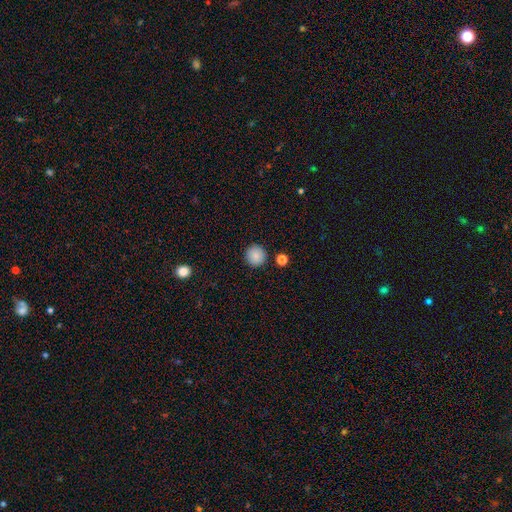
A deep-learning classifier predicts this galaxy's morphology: smooth 87%, star or artifact 9%, featured or disk 4%. Down the decision tree: how rounded — round (95%); merging — none (91%).